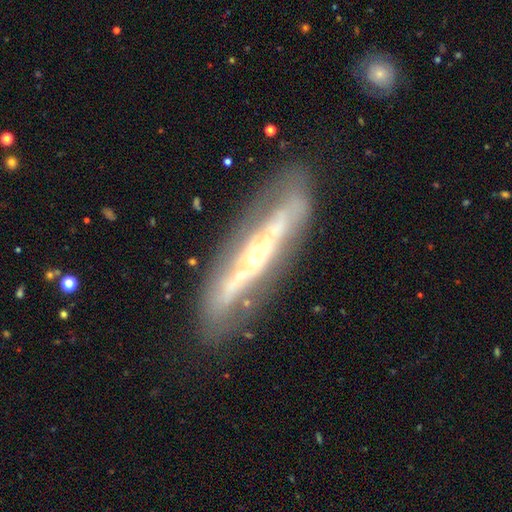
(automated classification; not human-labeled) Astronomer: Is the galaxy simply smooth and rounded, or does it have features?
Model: featured or disk — 78%.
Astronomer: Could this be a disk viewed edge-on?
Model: yes — 62% (runner-up: no, 38%).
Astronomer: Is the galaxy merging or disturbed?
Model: none — 76%.